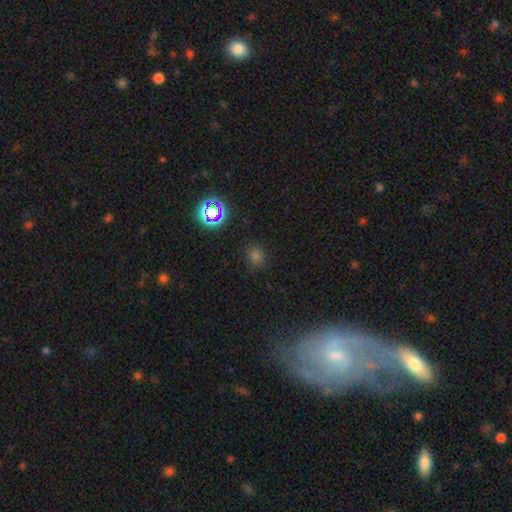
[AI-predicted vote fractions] A smooth galaxy with no disk features (65%) that is round (78%). Merging: none (85%).